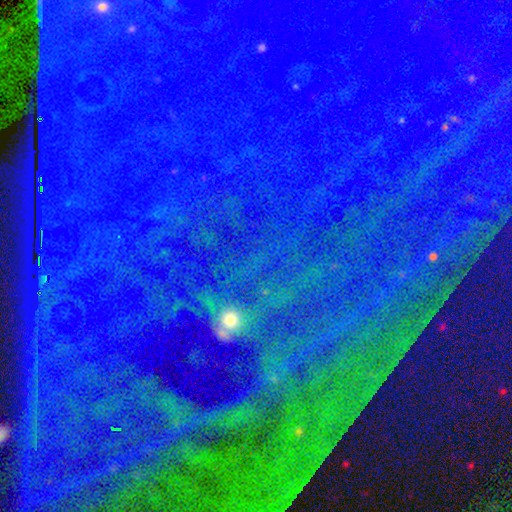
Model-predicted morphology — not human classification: A star or artifact, not a galaxy (82%).

Vote fractions:
- Smooth or featured? star or artifact: 82% / smooth: 10% / featured or disk: 8%